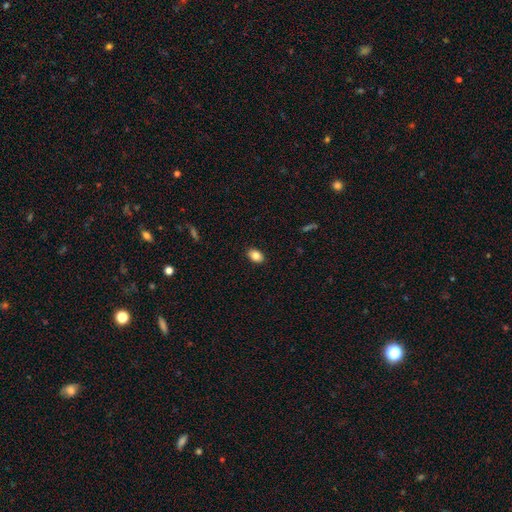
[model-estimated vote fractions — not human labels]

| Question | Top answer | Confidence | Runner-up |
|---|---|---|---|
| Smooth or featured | smooth | 85% | star or artifact (8%) |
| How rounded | in between | 81% | round (18%) |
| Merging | none | 89% | minor disturbance (8%) |